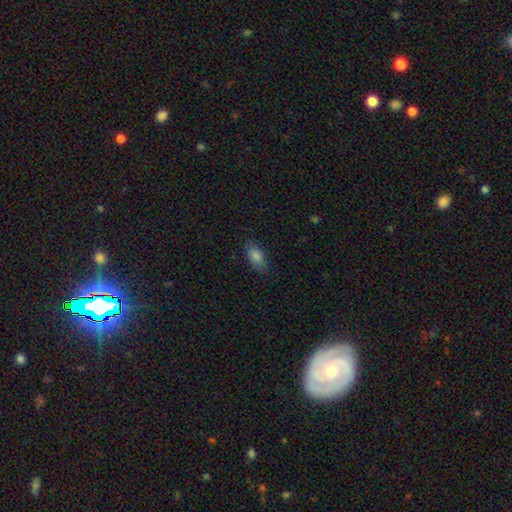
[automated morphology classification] A smooth galaxy with no disk features (82%) that is in between round and cigar-shaped (86%).

Vote fractions:
- Smooth or featured? smooth: 82% / star or artifact: 9% / featured or disk: 9%
- How rounded? in between: 86% / cigar-shaped: 11% / round: 4%
- Merging? none: 84% / minor disturbance: 13% / major disturbance: 3% / merger: 1%